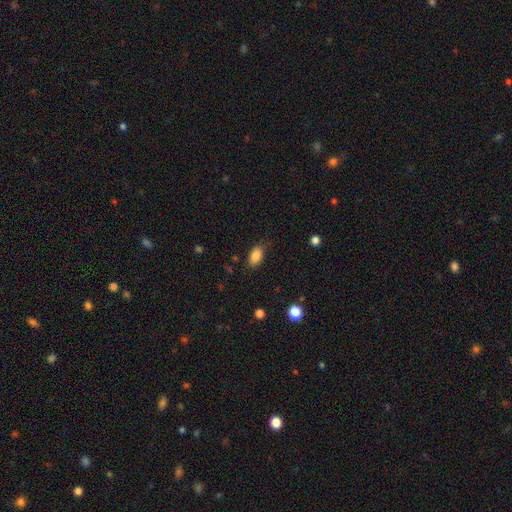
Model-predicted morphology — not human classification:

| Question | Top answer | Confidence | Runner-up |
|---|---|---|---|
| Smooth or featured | smooth | 85% | star or artifact (9%) |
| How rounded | in between | 90% | round (6%) |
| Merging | none | 78% | minor disturbance (17%) |